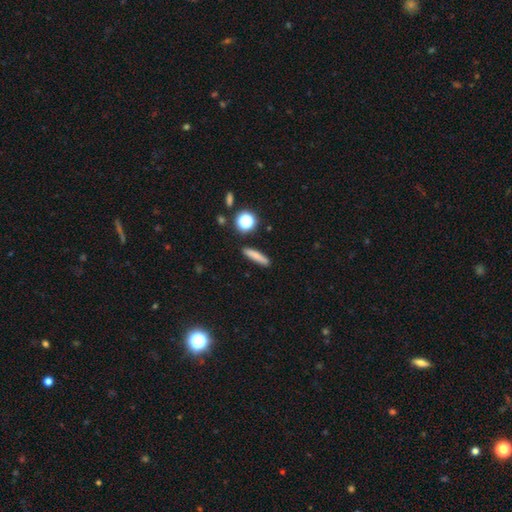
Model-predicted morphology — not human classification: Smooth or featured?
  - smooth: 76% *
  - featured or disk: 13%
  - star or artifact: 11%
How rounded?
  - cigar-shaped: 83% *
  - in between: 12%
  - round: 5%
Merging?
  - none: 87% *
  - minor disturbance: 8%
  - merger: 3%
  - major disturbance: 2%